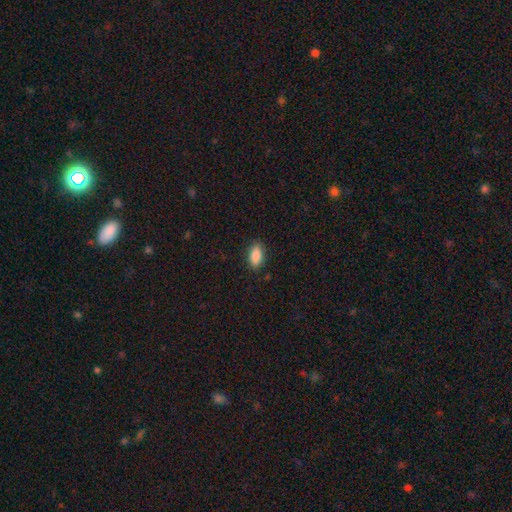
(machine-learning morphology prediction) Smooth or featured?
  - smooth: 88% *
  - star or artifact: 7%
  - featured or disk: 5%
How rounded?
  - in between: 91% *
  - cigar-shaped: 6%
  - round: 3%
Merging?
  - none: 88% *
  - minor disturbance: 9%
  - major disturbance: 2%
  - merger: 1%